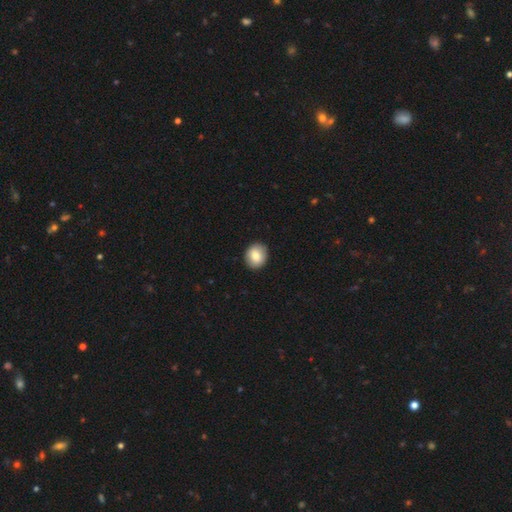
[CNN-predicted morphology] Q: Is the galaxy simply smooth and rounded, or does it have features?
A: smooth — 80%.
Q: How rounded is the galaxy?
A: round — 74%.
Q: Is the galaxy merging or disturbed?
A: none — 90%.